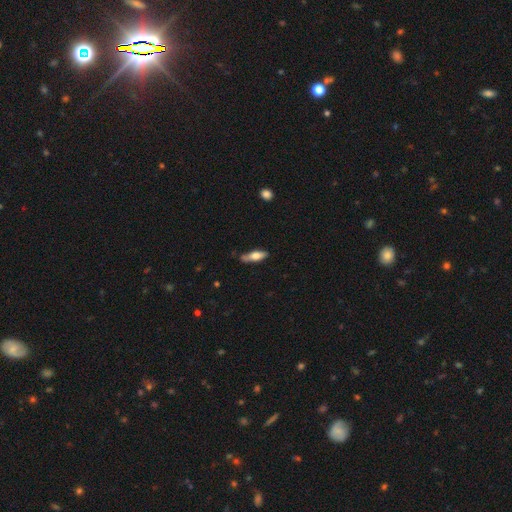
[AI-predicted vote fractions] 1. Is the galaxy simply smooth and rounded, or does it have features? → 59% smooth, 35% featured or disk, 6% star or artifact.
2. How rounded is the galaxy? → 49% in between, 48% cigar-shaped, 2% round.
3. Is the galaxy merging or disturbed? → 71% none, 22% minor disturbance, 4% major disturbance, 3% merger.